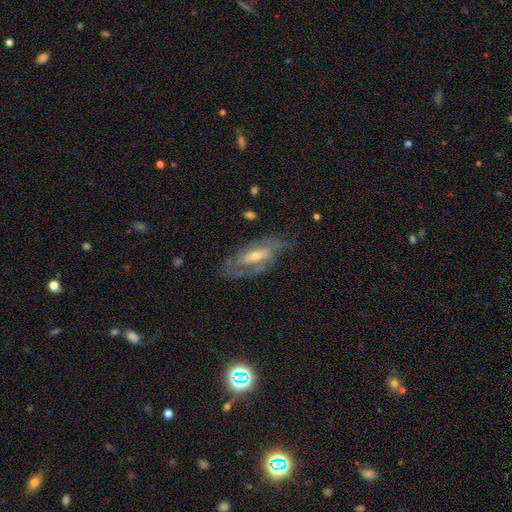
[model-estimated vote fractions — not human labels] Smooth or featured?
  - featured or disk: 74% *
  - smooth: 19%
  - star or artifact: 7%
Edge-on disk?
  - no: 87% *
  - yes: 13%
Bar?
  - weak: 39% *
  - no: 38%
  - strong: 23%
Spiral arms?
  - yes: 76% *
  - no: 24%
Bulge size?
  - moderate: 47% * (tied)
  - small: 47% * (tied)
  - large: 3%
  - none: 2%
  - dominant: 1%
Merging?
  - none: 61% *
  - minor disturbance: 23%
  - major disturbance: 14%
  - merger: 2%